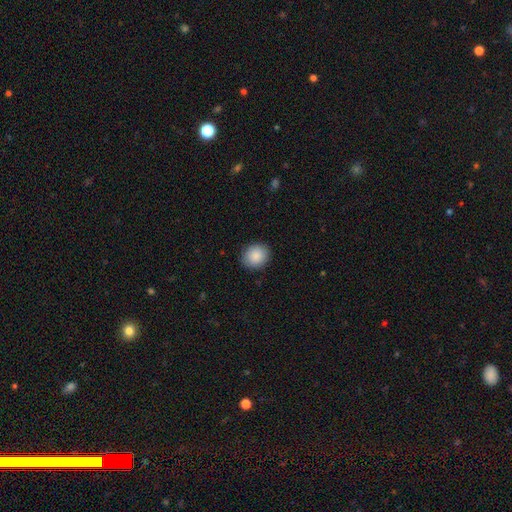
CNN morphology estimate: smooth-or-featured: smooth: 89% | star or artifact: 7% | featured or disk: 4%
  how-rounded: round: 71% | in between: 28% | cigar-shaped: 1%
  merging: none: 89% | minor disturbance: 8% | major disturbance: 2% | merger: 1%